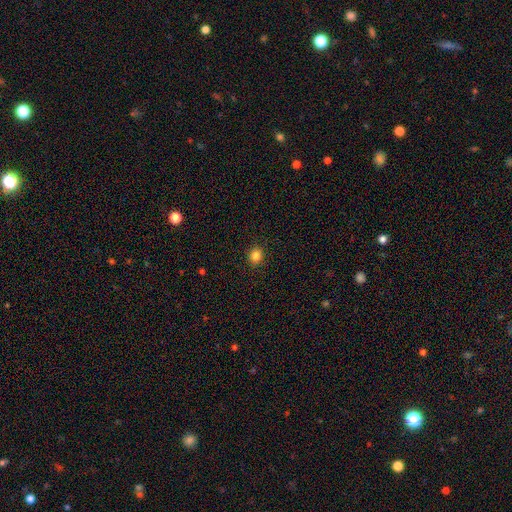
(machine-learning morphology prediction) type=smooth (84%); roundness=round (81%); merging=none (92%).